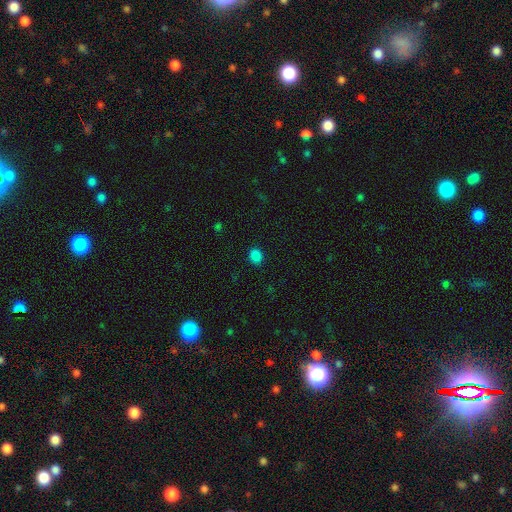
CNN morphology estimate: Q: Smooth or featured?
A: smooth (85%); runner-up: star or artifact (12%)
Q: How rounded?
A: round (53%); runner-up: in between (46%)
Q: Merging?
A: none (89%); runner-up: minor disturbance (7%)